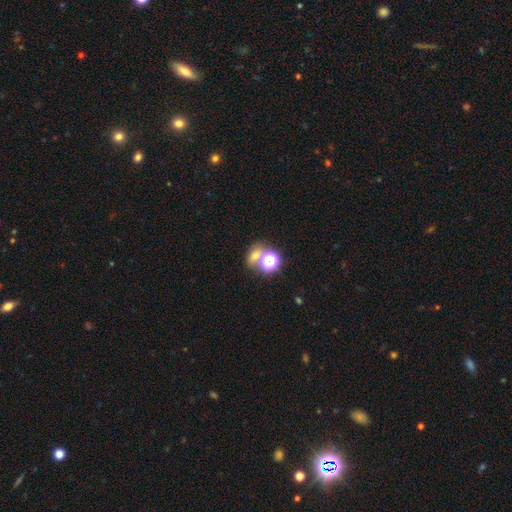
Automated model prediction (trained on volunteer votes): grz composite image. It shows a smooth galaxy with no disk features (59%) that is round (54%). Merging: none (49%).